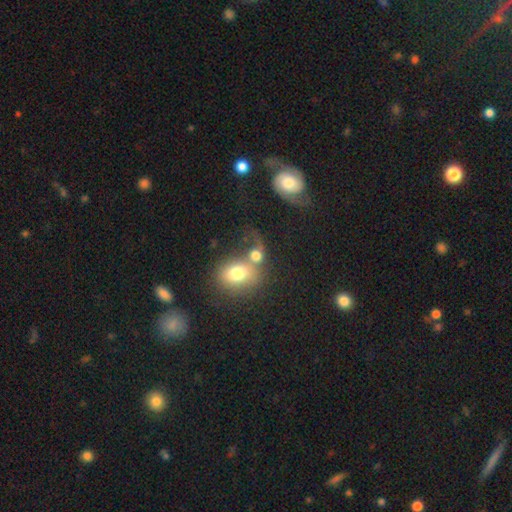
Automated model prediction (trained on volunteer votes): smooth_or_featured: smooth (p=0.64) [alt: featured or disk p=0.23]
how_rounded: round (p=0.58) [alt: in between p=0.40]
merging: merger (p=0.55) [alt: none p=0.23]